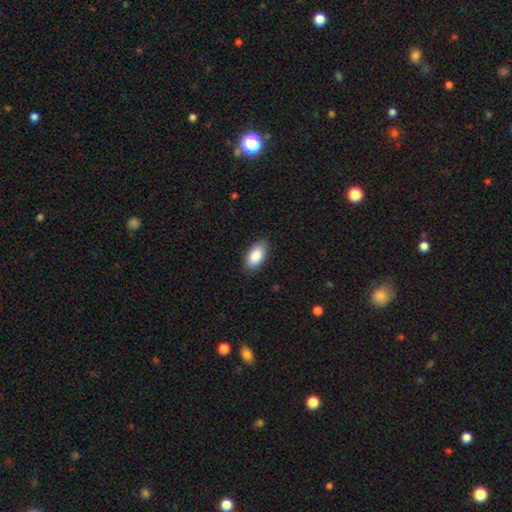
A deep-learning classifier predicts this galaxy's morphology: smooth_or_featured: smooth (p=0.88) [alt: star or artifact p=0.06]
how_rounded: in between (p=0.94) [alt: cigar-shaped p=0.04]
merging: none (p=0.87) [alt: minor disturbance p=0.10]